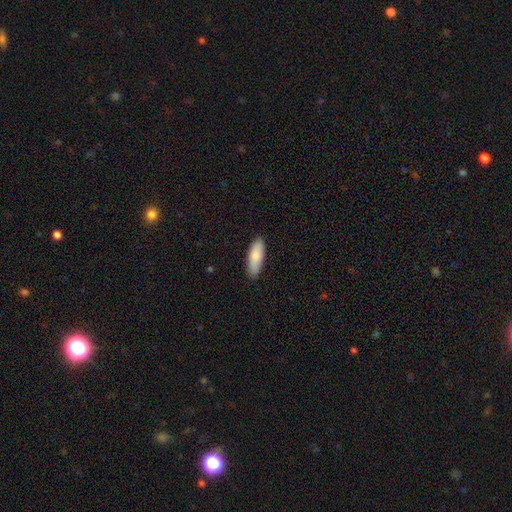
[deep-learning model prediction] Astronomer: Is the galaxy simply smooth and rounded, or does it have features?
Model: smooth — 85%.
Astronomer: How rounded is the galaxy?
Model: in between — 66%.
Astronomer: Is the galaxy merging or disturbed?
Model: none — 84%.